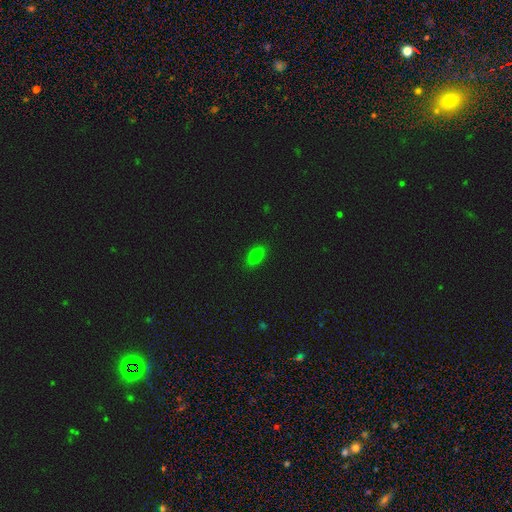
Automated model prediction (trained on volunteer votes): Smooth or featured: smooth — 79% (star or artifact — 12%)
How rounded: in between — 85% (cigar-shaped — 8%)
Merging: none — 87% (minor disturbance — 10%)